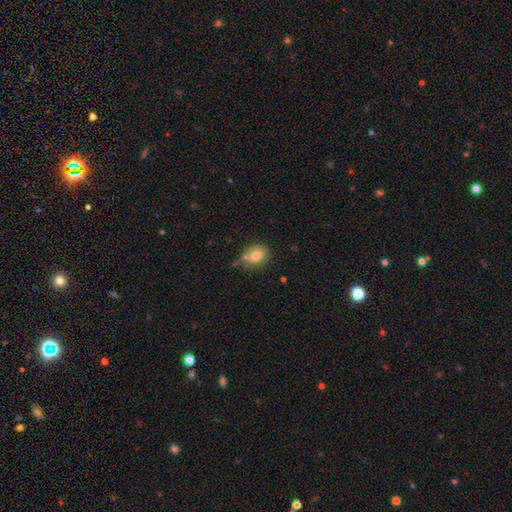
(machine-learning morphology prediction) type=smooth (75%); roundness=round (66%); merging=none (55%).